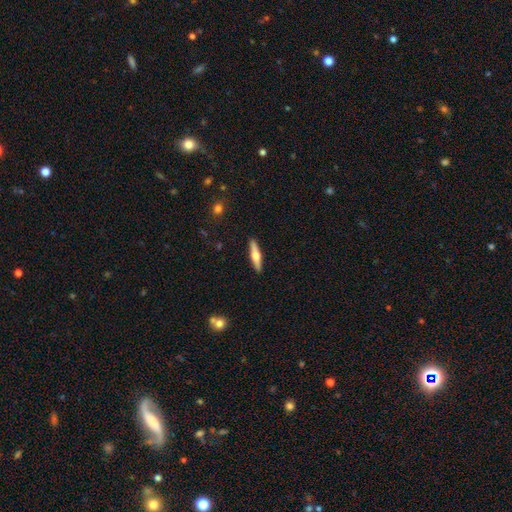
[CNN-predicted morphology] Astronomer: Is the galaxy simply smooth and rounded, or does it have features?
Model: featured or disk — 57% (runner-up: smooth, 37%).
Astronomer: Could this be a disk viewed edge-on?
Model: yes — 96%.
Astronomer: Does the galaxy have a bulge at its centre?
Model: rounded — 93%.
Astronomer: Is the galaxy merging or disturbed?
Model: none — 91%.